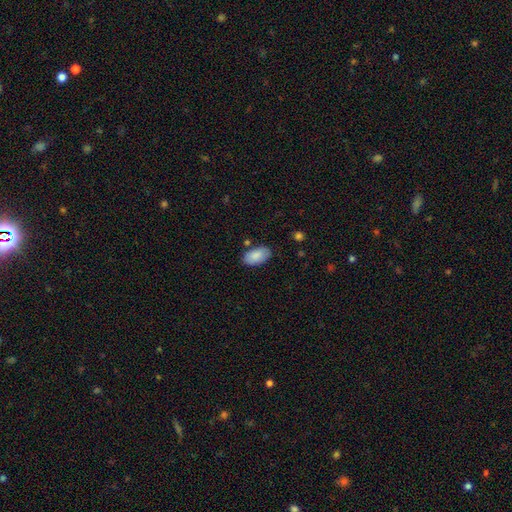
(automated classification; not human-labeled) Smooth or featured? smooth (86%)
How rounded? in between (95%)
Merging? none (79%)